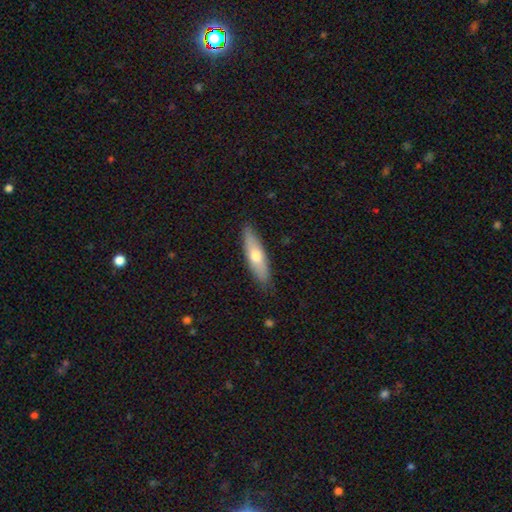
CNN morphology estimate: This appears to be a smooth galaxy with no disk features (57%) that is cigar-shaped (64%). Merging: none (87%).